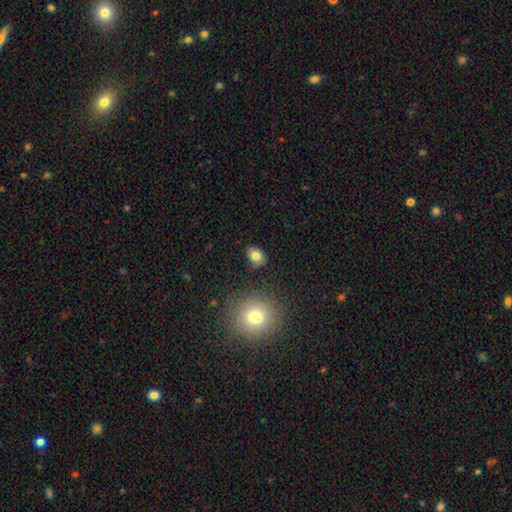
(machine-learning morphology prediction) The model was most divided on "how rounded": in between: 57%, round: 42%, cigar-shaped: 1%. More confident: merging — none (80%); smooth or featured — smooth (79%).